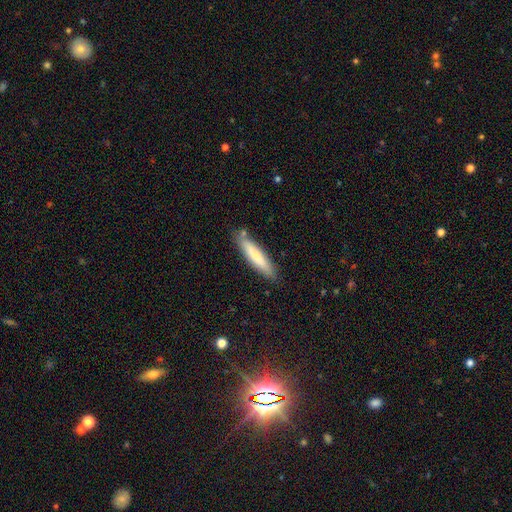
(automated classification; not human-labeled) A smooth galaxy with no disk features (74%) that is cigar-shaped (88%).

Vote fractions:
- Smooth or featured? smooth: 74% / featured or disk: 20% / star or artifact: 6%
- How rounded? cigar-shaped: 88% / in between: 11% / round: 1%
- Merging? none: 83% / minor disturbance: 11% / merger: 3% / major disturbance: 2%